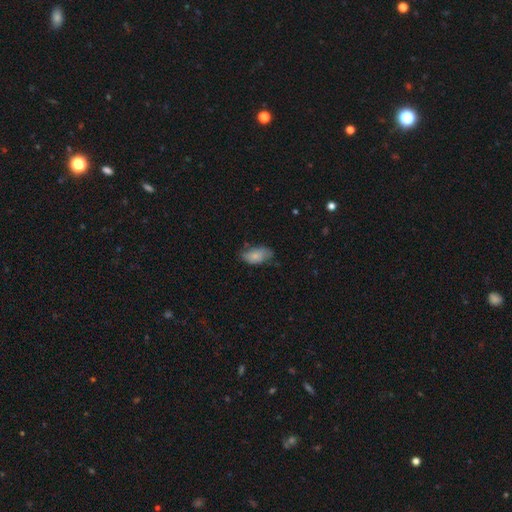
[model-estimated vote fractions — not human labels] Smooth or featured? smooth (78%)
How rounded? in between (93%)
Merging? none (55%)